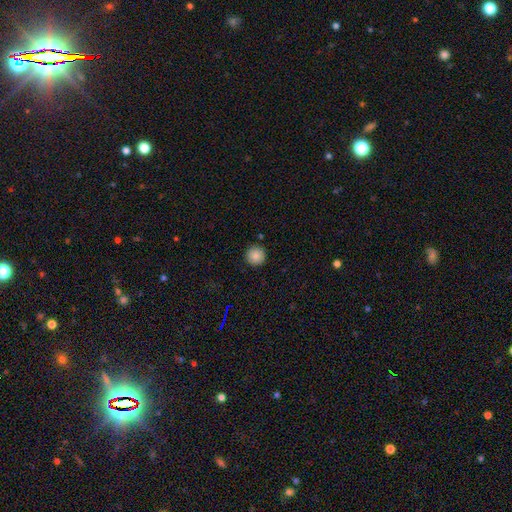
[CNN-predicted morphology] Smooth or featured? Predicted: smooth (p=0.86). How rounded? Predicted: round (p=0.96). Merging? Predicted: none (p=0.91).